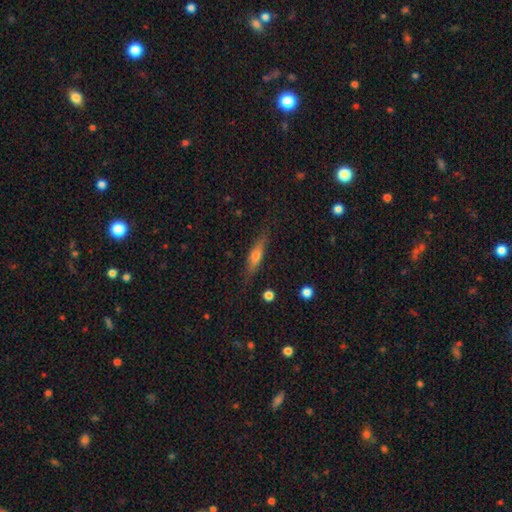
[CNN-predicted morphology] Smooth or featured? smooth (54%)
How rounded? cigar-shaped (70%)
Merging? none (82%)